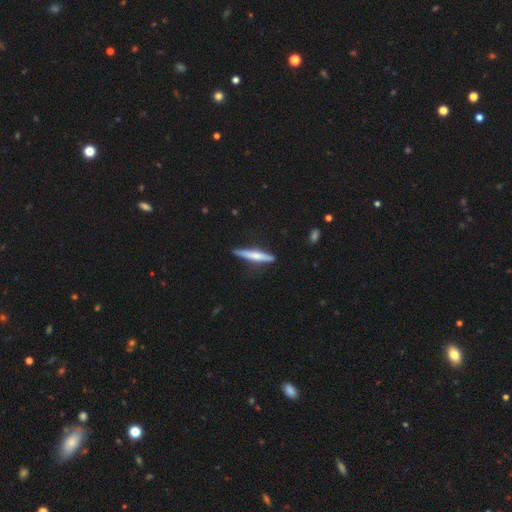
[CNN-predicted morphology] A smooth galaxy with no disk features (49%).

Vote fractions:
- Smooth or featured? smooth: 49% / featured or disk: 46% / star or artifact: 5%
- Merging? none: 83% / minor disturbance: 13% / major disturbance: 2% / merger: 2%